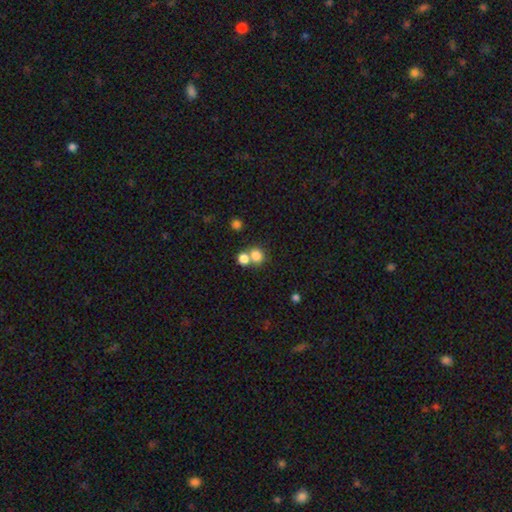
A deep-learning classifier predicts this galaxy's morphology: This appears to be a smooth galaxy with no disk features (79%) that is round (78%). Merging: none (47%).